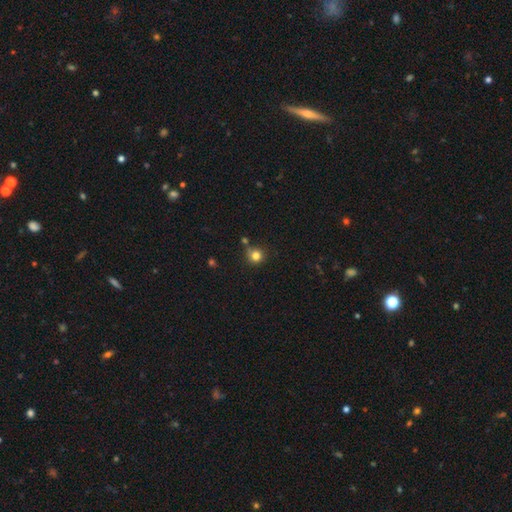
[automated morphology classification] This is clearly a smooth galaxy (82%). How rounded: clearly round (92%). Merging: likely none (73%).